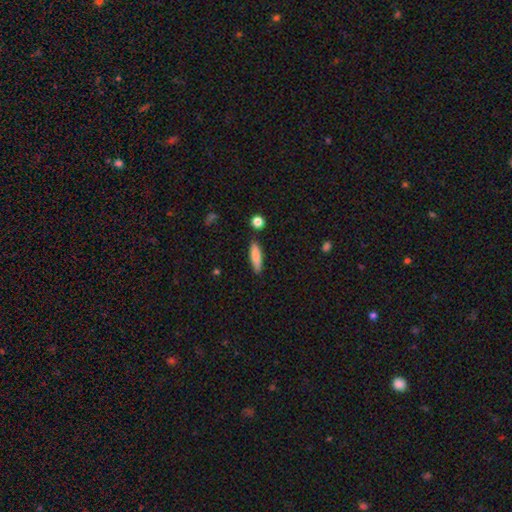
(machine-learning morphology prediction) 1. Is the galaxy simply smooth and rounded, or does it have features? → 80% smooth, 14% featured or disk, 6% star or artifact.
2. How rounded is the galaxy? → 66% cigar-shaped, 32% in between, 2% round.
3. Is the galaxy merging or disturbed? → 84% none, 11% minor disturbance, 3% merger, 2% major disturbance.